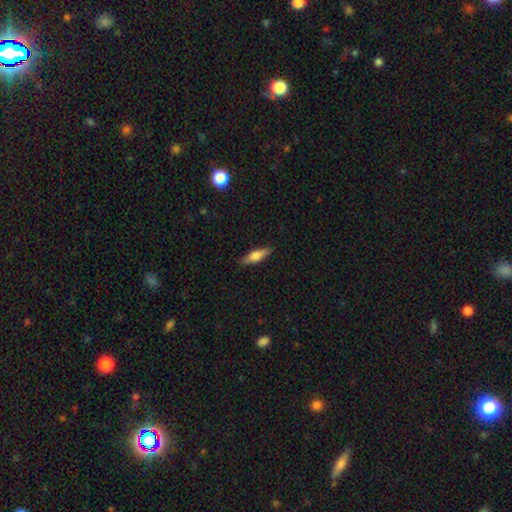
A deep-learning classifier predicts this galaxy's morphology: smooth_or_featured: smooth (p=0.51) [alt: featured or disk p=0.42]
how_rounded: cigar-shaped (p=0.66) [alt: in between p=0.31]
merging: none (p=0.89) [alt: minor disturbance p=0.08]